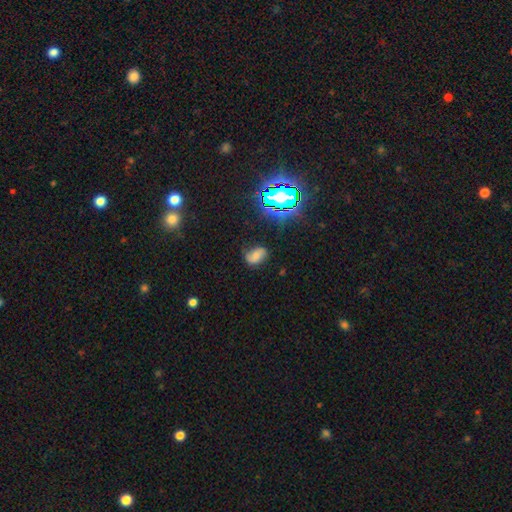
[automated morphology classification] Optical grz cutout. It shows a smooth galaxy with no disk features (56%) that is in between round and cigar-shaped (84%). Merging: none (66%).